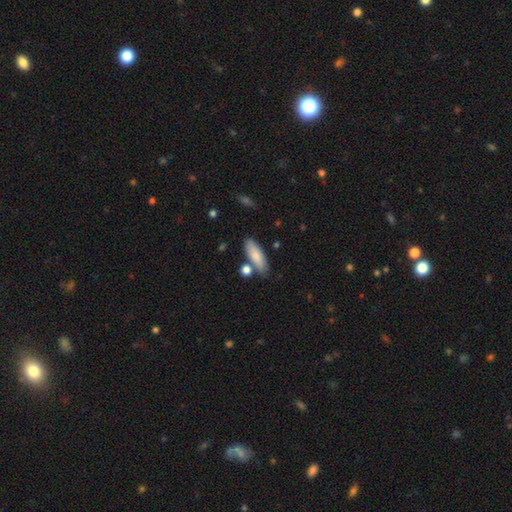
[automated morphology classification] smooth 81%, featured or disk 13%, star or artifact 6%. Down the decision tree: how rounded — in between (60%); merging — none (74%).